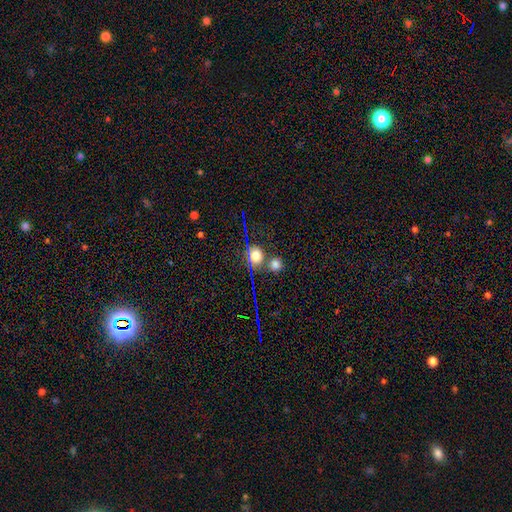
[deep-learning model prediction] Morphology: type=smooth (60%); roundness=round (78%); merging=none (64%).